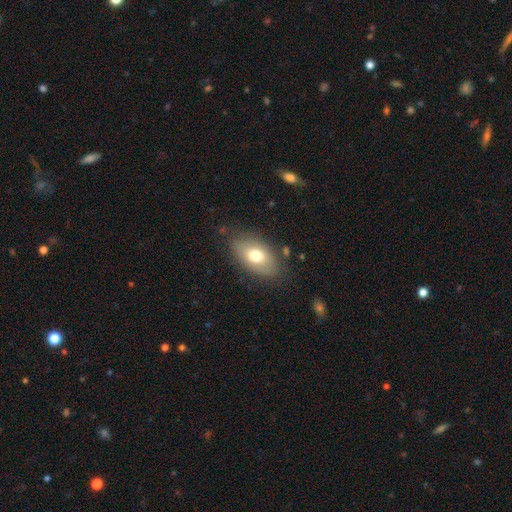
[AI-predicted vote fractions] The model was most divided on "smooth or featured": smooth: 70%, featured or disk: 22%, star or artifact: 8%. More confident: how rounded — in between (91%); merging — none (76%).